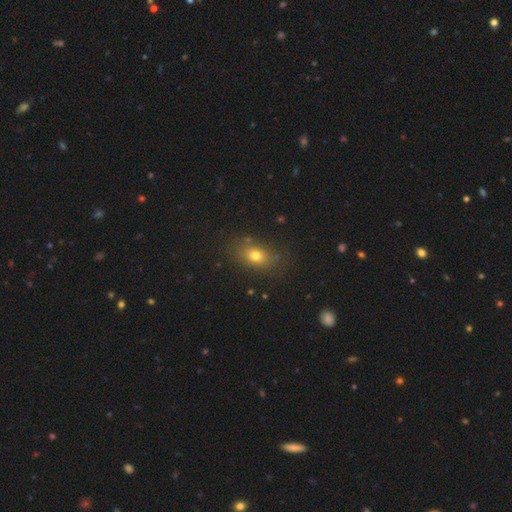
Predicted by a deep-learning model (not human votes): This is likely a smooth galaxy (74%). How rounded: likely in between (73%). Merging: clearly none (80%).